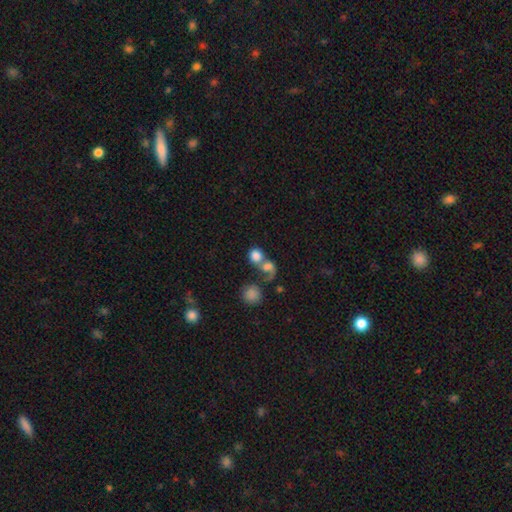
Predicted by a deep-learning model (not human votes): This appears to be a smooth galaxy with no disk features (75%) that is round (76%). Merging: merger (62%).